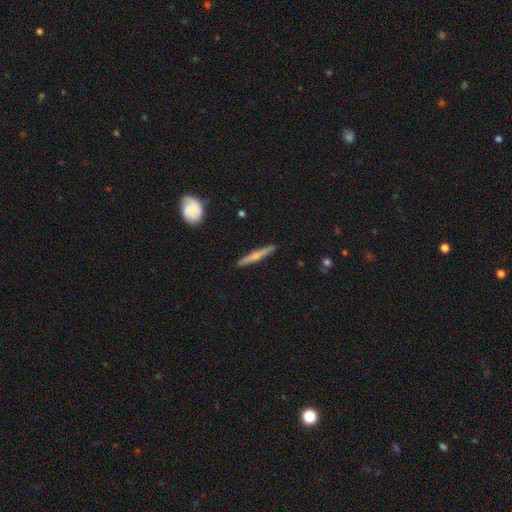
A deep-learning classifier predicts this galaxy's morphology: A featured or disk galaxy (62%) viewed edge-on (97%) with a rounded central bulge (83%).

Vote fractions:
- Smooth or featured? featured or disk: 62% / smooth: 33% / star or artifact: 6%
- Edge-on disk? yes: 97% / no: 3%
- Edge-on bulge? rounded: 83% / none: 13% / boxy: 4%
- Merging? none: 91% / minor disturbance: 7% / major disturbance: 1% / merger: 1%